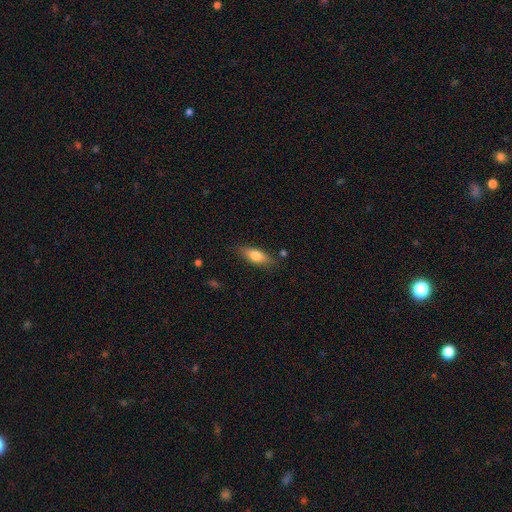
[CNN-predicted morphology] The model was most divided on "how rounded": in between: 64%, cigar-shaped: 33%, round: 4%. More confident: merging — none (81%); smooth or featured — smooth (69%).